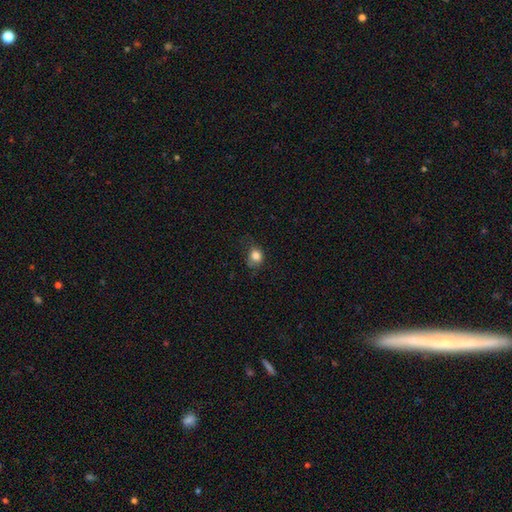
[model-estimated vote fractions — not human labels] smooth 83%, star or artifact 10%, featured or disk 7%. Down the decision tree: how rounded — round (66%); merging — none (57%).